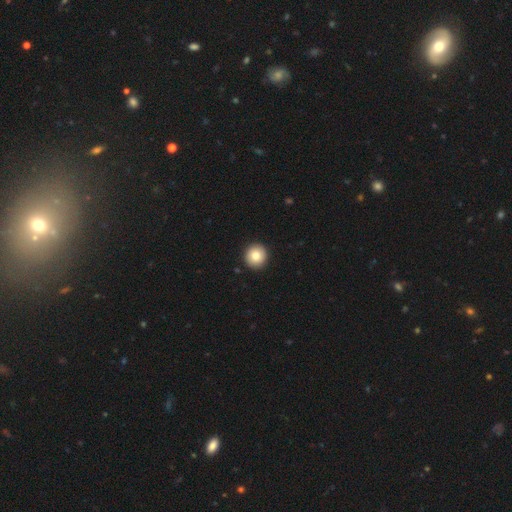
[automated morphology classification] smooth 81%, featured or disk 10%, star or artifact 9%. Down the decision tree: how rounded — round (95%); merging — none (93%).